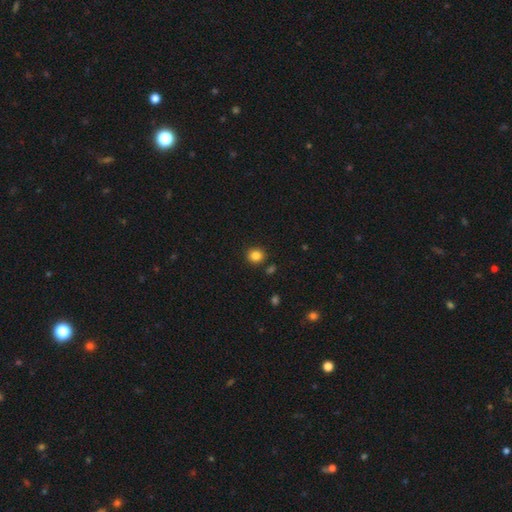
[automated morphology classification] Smooth or featured? Predicted: smooth (p=0.84). How rounded? Predicted: round (p=0.87). Merging? Predicted: none (p=0.88).